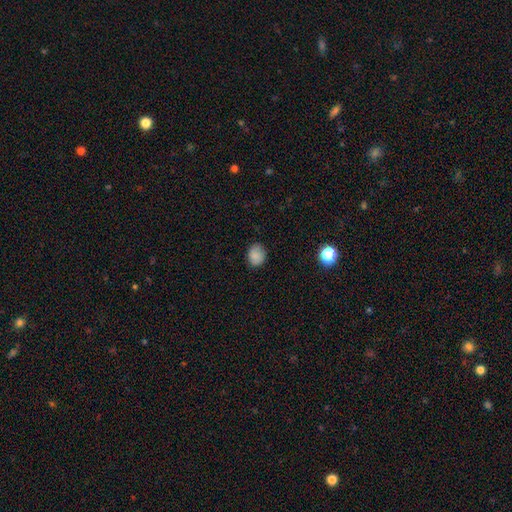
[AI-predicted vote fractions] smooth 85%, star or artifact 10%, featured or disk 5%. Down the decision tree: how rounded — round (53%); merging — none (81%).